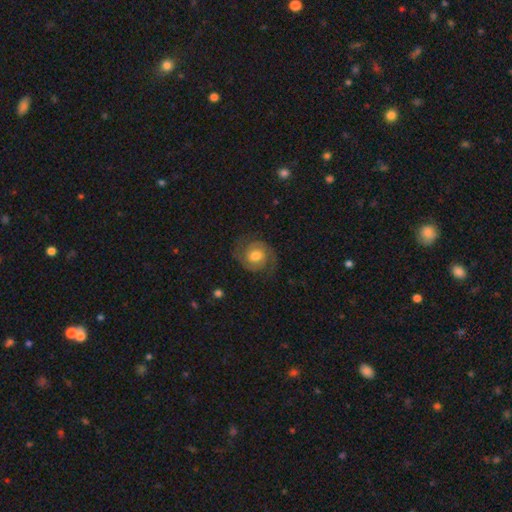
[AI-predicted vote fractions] A featured or disk galaxy (76%) with no bar (66%), 2 (90%) medium (46%) spiral arms (95%) and a moderate central bulge (68%). Merging: none (77%).